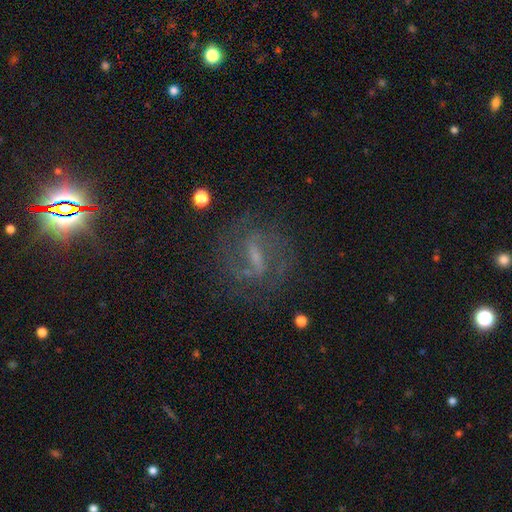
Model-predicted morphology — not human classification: Q: Smooth or featured?
A: featured or disk (77%); runner-up: star or artifact (12%)
Q: Edge-on disk?
A: no (93%); runner-up: yes (7%)
Q: Bar?
A: strong (51%); runner-up: weak (38%)
Q: Spiral arms?
A: yes (89%); runner-up: no (11%)
Q: Spiral winding?
A: medium (52%); runner-up: tight (27%)
Q: Spiral arm count?
A: 2 (79%); runner-up: can't tell (11%)
Q: Bulge size?
A: small (44%); runner-up: none (31%)
Q: Merging?
A: none (75%); runner-up: minor disturbance (14%)